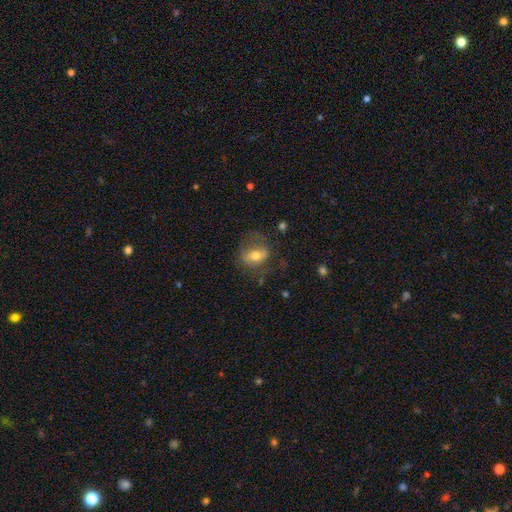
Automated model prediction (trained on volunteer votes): Smooth or featured? Predicted: smooth (p=0.54). How rounded? Predicted: in between (p=0.67). Merging? Predicted: none (p=0.58).